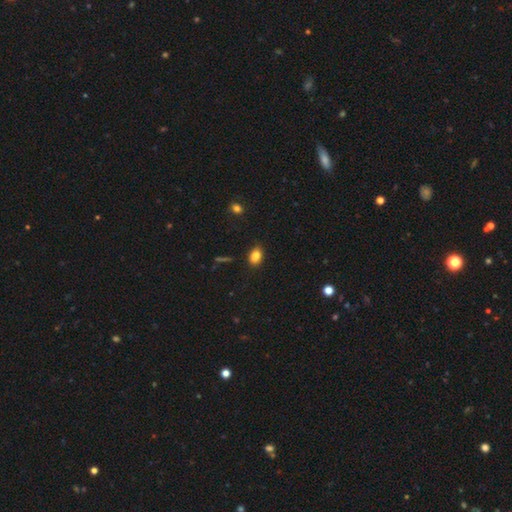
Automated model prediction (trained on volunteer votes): A smooth galaxy with no disk features (84%) that is in between round and cigar-shaped (78%).

Vote fractions:
- Smooth or featured? smooth: 84% / star or artifact: 11% / featured or disk: 6%
- How rounded? in between: 78% / round: 21% / cigar-shaped: 2%
- Merging? none: 83% / minor disturbance: 13% / major disturbance: 3% / merger: 2%